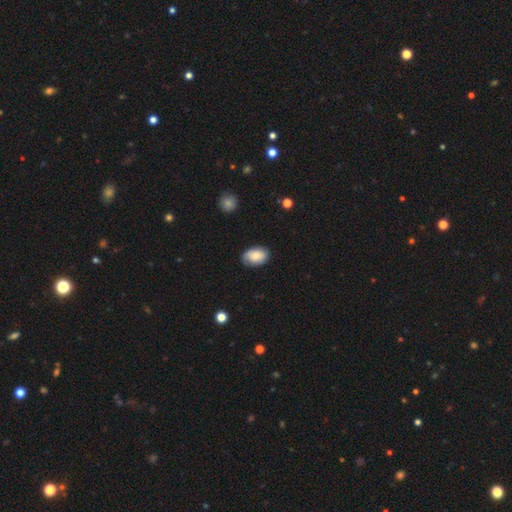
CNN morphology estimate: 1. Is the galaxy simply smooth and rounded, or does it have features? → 72% smooth, 21% featured or disk, 7% star or artifact.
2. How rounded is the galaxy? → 86% in between, 13% round, 1% cigar-shaped.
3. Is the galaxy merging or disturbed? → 75% none, 20% minor disturbance, 4% major disturbance, 1% merger.